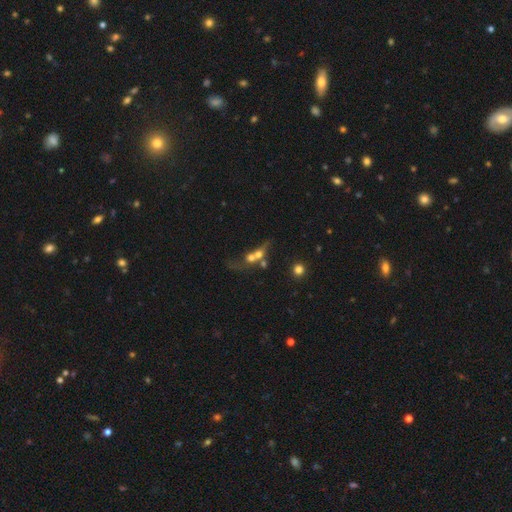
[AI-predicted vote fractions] This appears to be a smooth galaxy with no disk features (49%). Merging: merger (63%).